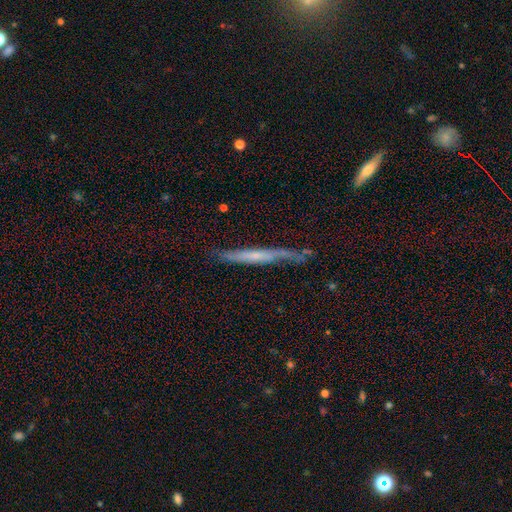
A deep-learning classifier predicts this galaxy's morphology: Smooth or featured? featured or disk (54%)
Edge-on disk? yes (87%)
Merging? none (60%)